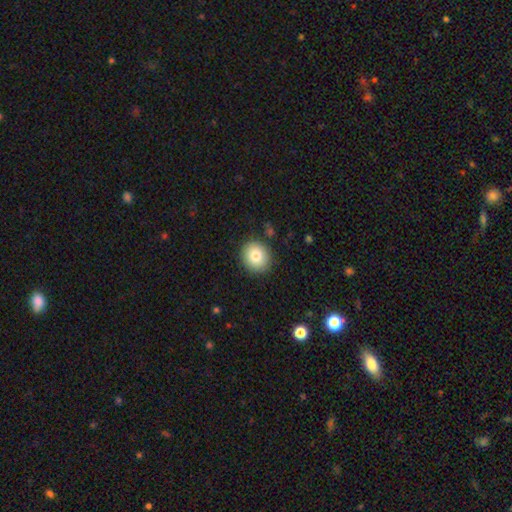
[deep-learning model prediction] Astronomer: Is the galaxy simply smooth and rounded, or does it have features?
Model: smooth — 81%.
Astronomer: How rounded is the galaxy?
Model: round — 84%.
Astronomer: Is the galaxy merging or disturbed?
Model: none — 88%.